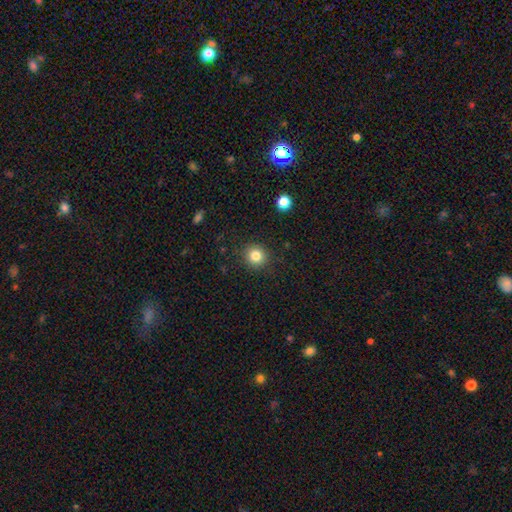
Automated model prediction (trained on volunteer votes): Smooth or featured?
  - smooth: 82% *
  - star or artifact: 12%
  - featured or disk: 6%
How rounded?
  - round: 90% *
  - in between: 9%
  - cigar-shaped: 1%
Merging?
  - none: 89% *
  - minor disturbance: 7%
  - major disturbance: 3%
  - merger: 1%